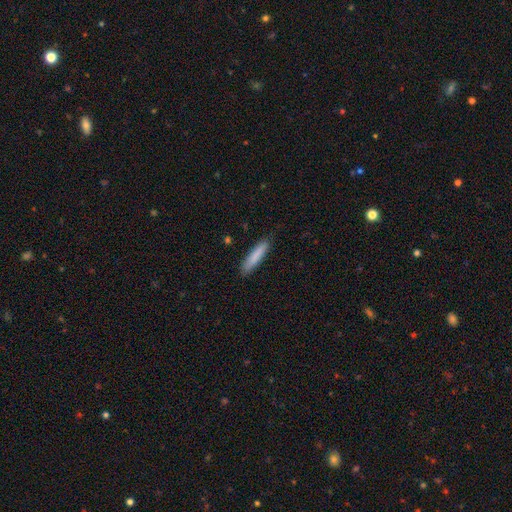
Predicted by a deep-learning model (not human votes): Q: Smooth or featured?
A: smooth (85%); runner-up: featured or disk (10%)
Q: How rounded?
A: cigar-shaped (83%); runner-up: in between (16%)
Q: Merging?
A: none (85%); runner-up: minor disturbance (11%)